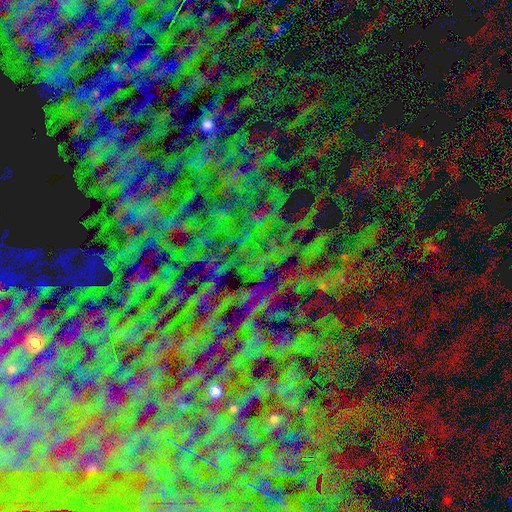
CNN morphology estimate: Smooth or featured? Predicted: star or artifact (p=0.85).